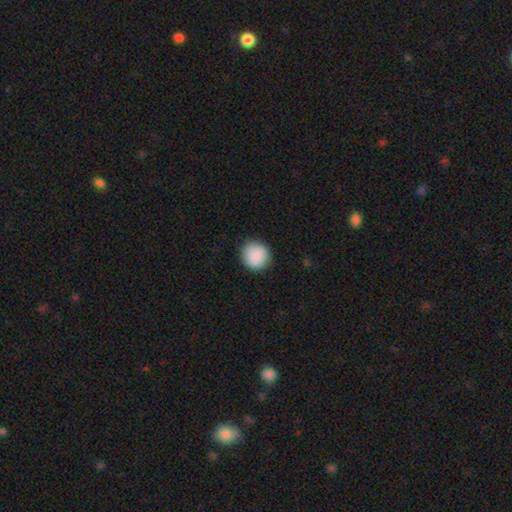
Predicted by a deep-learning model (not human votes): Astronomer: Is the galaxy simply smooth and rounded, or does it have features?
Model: smooth — 89%.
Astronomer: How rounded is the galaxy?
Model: round — 92%.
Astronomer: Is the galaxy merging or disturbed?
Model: none — 89%.